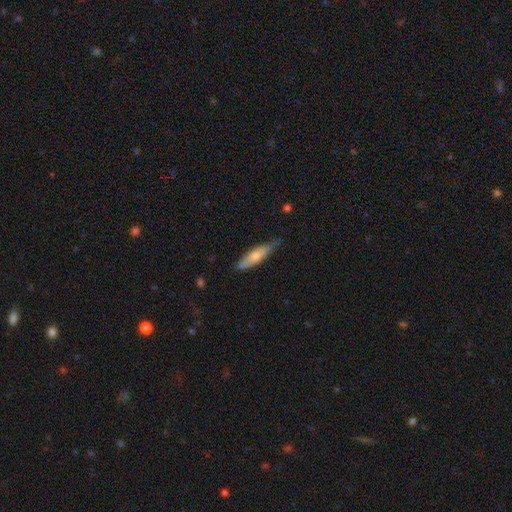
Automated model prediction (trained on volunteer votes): Overall: smooth (64%; featured or disk 30%). How rounded: cigar-shaped (69%; in between 30%). Merging: none (65%; minor disturbance 29%).